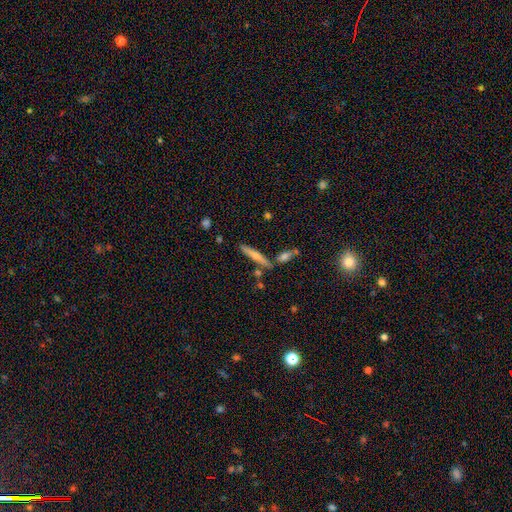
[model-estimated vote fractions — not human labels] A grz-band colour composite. It shows a smooth galaxy with no disk features (54%) that is cigar-shaped (90%). Merging: none (76%).